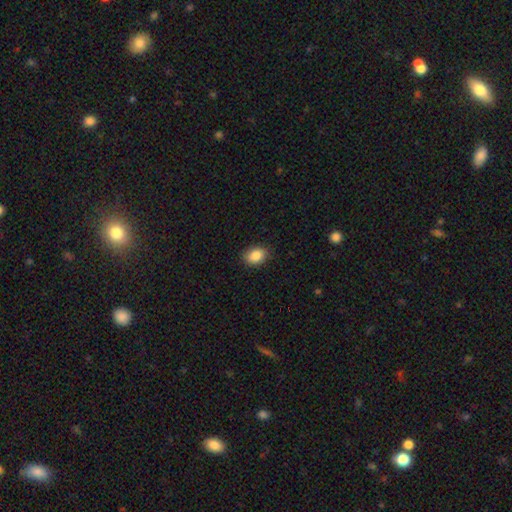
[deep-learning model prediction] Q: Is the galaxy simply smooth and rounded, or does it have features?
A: smooth — 87%.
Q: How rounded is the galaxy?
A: in between — 78%.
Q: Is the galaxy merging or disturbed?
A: none — 88%.